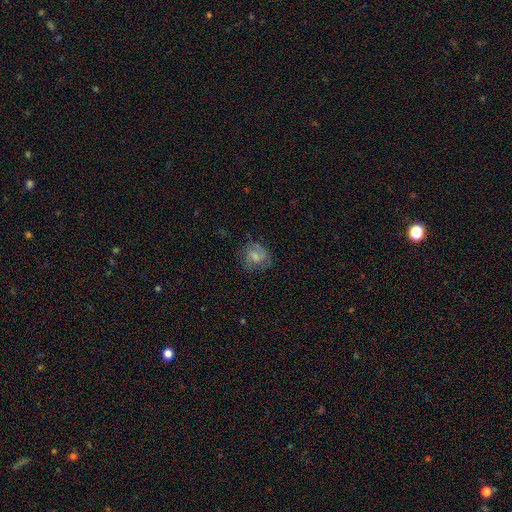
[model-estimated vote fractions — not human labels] smooth-or-featured: featured or disk: 51% | smooth: 40% | star or artifact: 9%
  disk-edge-on: no: 97% | yes: 3%
  merging: none: 65% | minor disturbance: 22% | major disturbance: 12% | merger: 2%